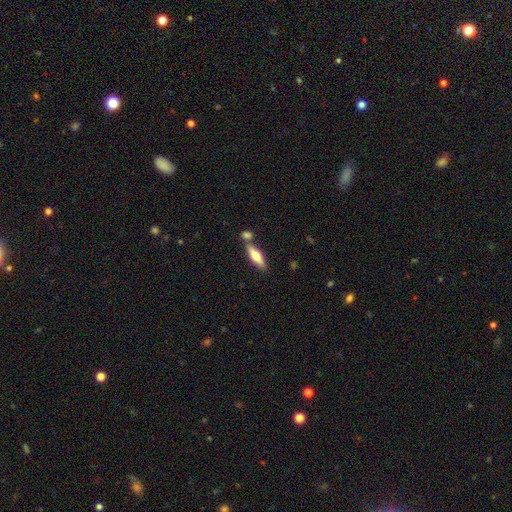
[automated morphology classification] This appears to be a smooth galaxy with no disk features (58%) that is cigar-shaped (57%). Merging: none (67%).